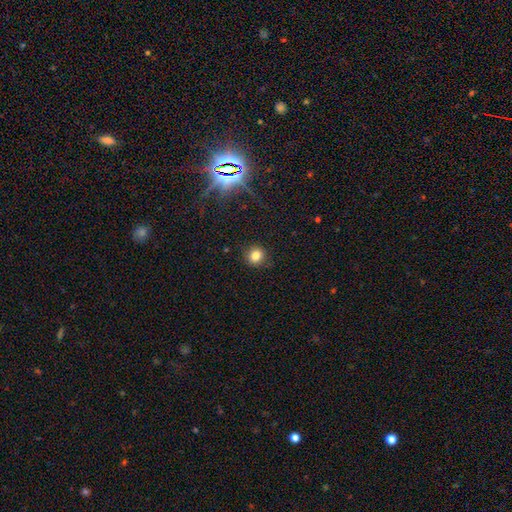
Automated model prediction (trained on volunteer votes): smooth-or-featured: smooth: 81% | star or artifact: 13% | featured or disk: 6%
  how-rounded: round: 89% | in between: 10% | cigar-shaped: 1%
  merging: none: 88% | minor disturbance: 8% | major disturbance: 2% | merger: 1%